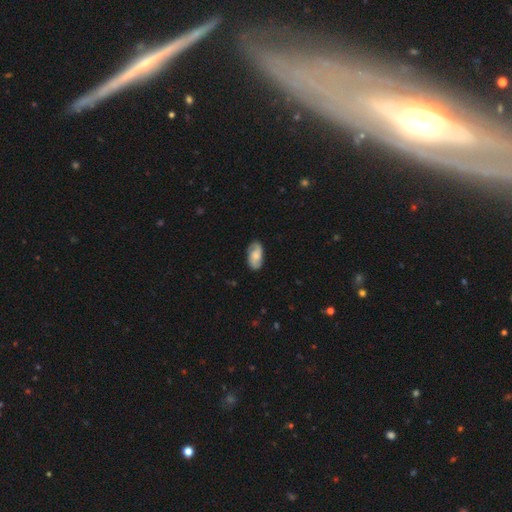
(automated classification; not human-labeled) Overall: featured or disk (52%; smooth 42%). Edge-on disk: no (95%). Merging: none (79%).